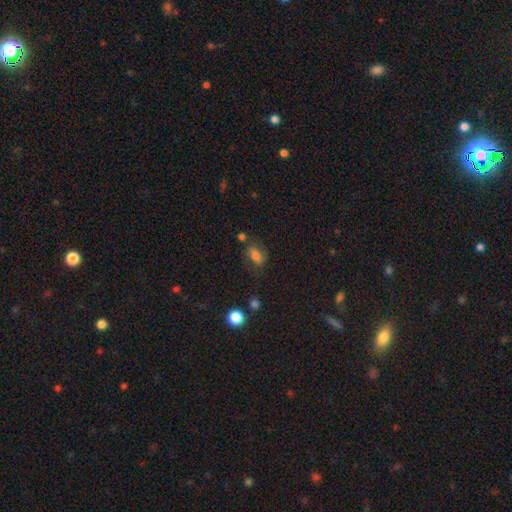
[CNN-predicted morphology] Smooth or featured?
  - smooth: 66% *
  - featured or disk: 21%
  - star or artifact: 12%
How rounded?
  - in between: 81% *
  - round: 15%
  - cigar-shaped: 4%
Merging?
  - none: 59% *
  - minor disturbance: 22%
  - major disturbance: 12%
  - merger: 7%